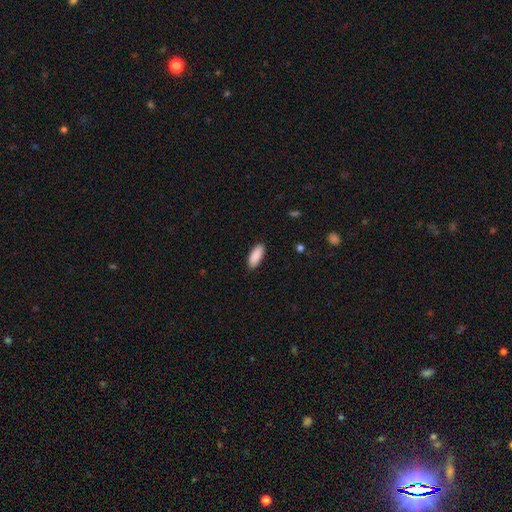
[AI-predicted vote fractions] Smooth or featured?
  - smooth: 91% *
  - star or artifact: 6%
  - featured or disk: 4%
How rounded?
  - in between: 81% *
  - cigar-shaped: 18%
  - round: 2%
Merging?
  - none: 89% *
  - minor disturbance: 8%
  - major disturbance: 2%
  - merger: 1%